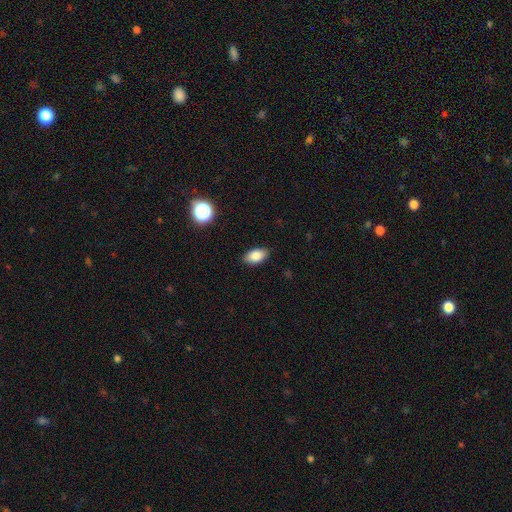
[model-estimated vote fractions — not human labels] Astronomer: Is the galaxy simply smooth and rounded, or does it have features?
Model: smooth — 85%.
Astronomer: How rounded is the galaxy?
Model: in between — 91%.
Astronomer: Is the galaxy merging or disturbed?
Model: none — 87%.